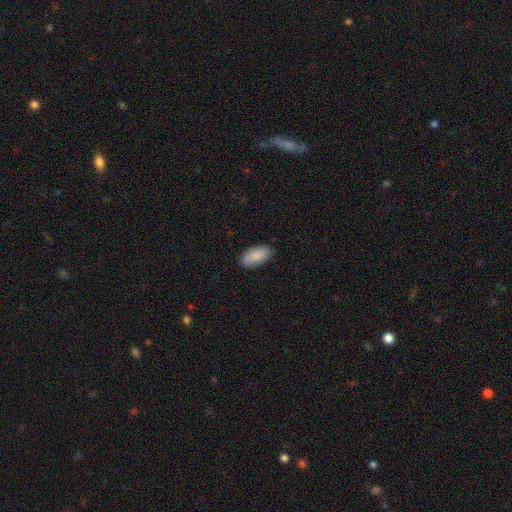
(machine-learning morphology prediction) Smooth or featured?
  - smooth: 89% *
  - star or artifact: 6%
  - featured or disk: 5%
How rounded?
  - in between: 92% *
  - cigar-shaped: 6%
  - round: 2%
Merging?
  - none: 85% *
  - minor disturbance: 11%
  - major disturbance: 2%
  - merger: 1%